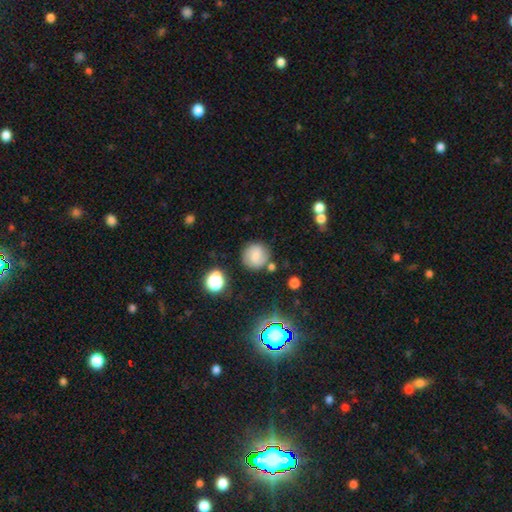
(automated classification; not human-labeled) This is likely a smooth galaxy (65%). How rounded: clearly round (90%). Merging: likely none (78%).